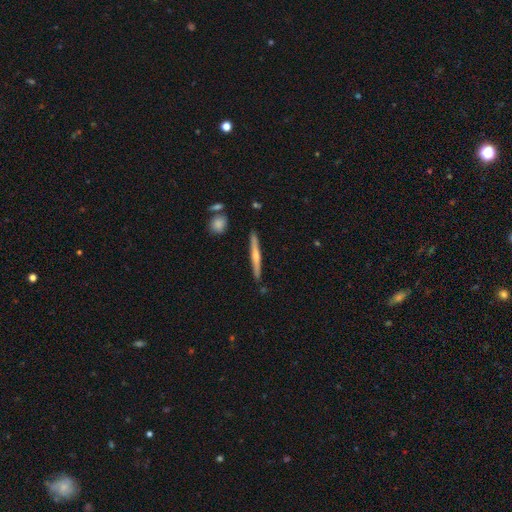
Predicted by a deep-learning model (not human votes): smooth_or_featured: featured or disk (p=0.51) [alt: smooth p=0.44]
disk_edge_on: yes (p=0.97) [alt: no p=0.03]
merging: none (p=0.89) [alt: minor disturbance p=0.08]